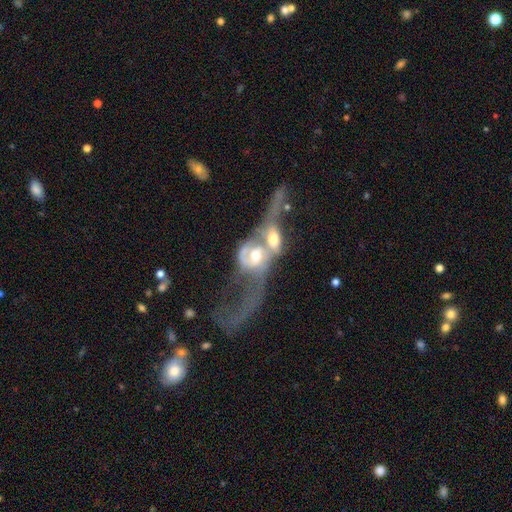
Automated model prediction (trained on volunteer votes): smooth-or-featured: featured or disk: 72% | smooth: 21% | star or artifact: 7%
  disk-edge-on: no: 90% | yes: 10%
    bar: no: 68% | weak: 24% | strong: 8%
    has-spiral-arms: yes: 68% | no: 32%
    bulge-size: moderate: 59% | large: 18% | small: 17% | none: 4% | dominant: 3%
  merging: merger: 81% | major disturbance: 11% | none: 5% | minor disturbance: 3%